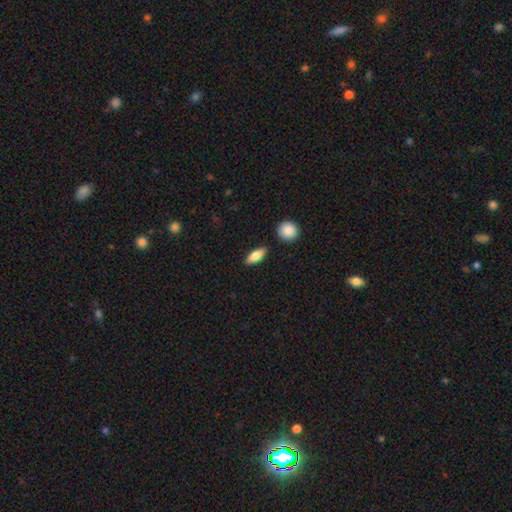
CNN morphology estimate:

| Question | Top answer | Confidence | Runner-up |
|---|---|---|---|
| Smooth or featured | smooth | 76% | featured or disk (17%) |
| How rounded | in between | 71% | cigar-shaped (25%) |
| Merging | none | 87% | minor disturbance (8%) |